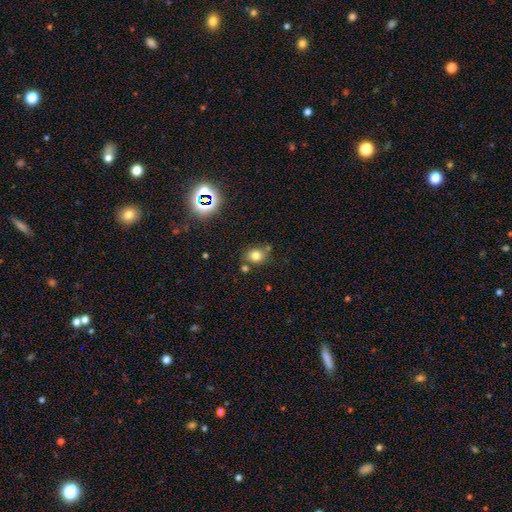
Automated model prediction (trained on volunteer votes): This appears to be a smooth galaxy with no disk features (76%) that is round (67%). Merging: none (72%).